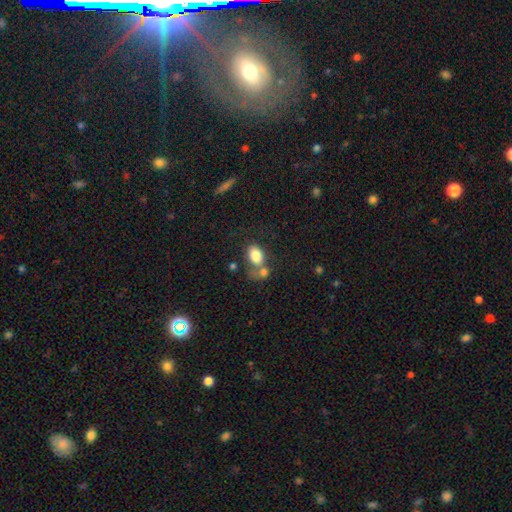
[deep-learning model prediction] smooth_or_featured: smooth (p=0.82) [alt: featured or disk p=0.10]
how_rounded: in between (p=0.80) [alt: round p=0.19]
merging: merger (p=0.40) [alt: none p=0.39]